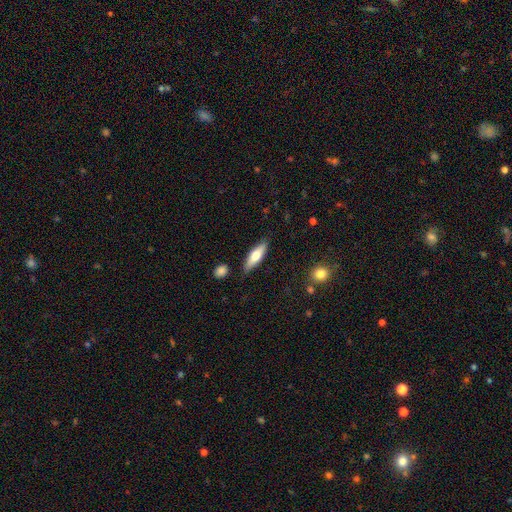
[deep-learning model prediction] A smooth galaxy with no disk features (60%) that is cigar-shaped (53%). Merging: none (84%).